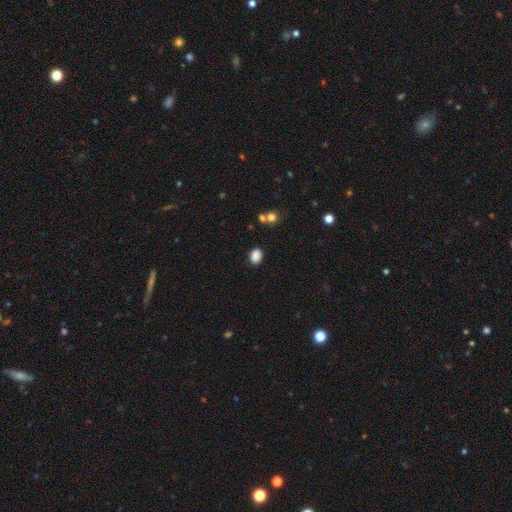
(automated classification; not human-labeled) smooth-or-featured: smooth: 87% | star or artifact: 10% | featured or disk: 3%
  how-rounded: in between: 72% | round: 27% | cigar-shaped: 1%
  merging: none: 85% | minor disturbance: 10% | merger: 3% | major disturbance: 3%